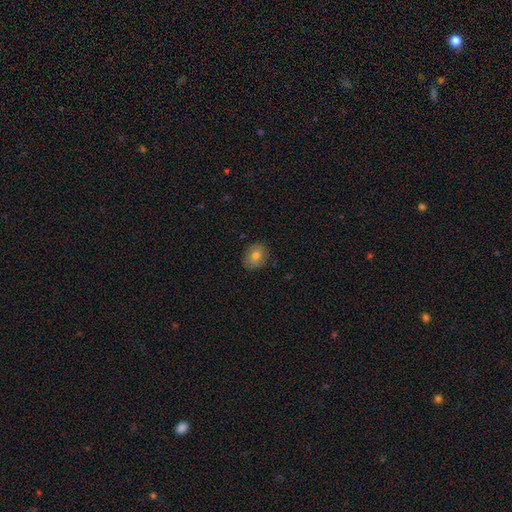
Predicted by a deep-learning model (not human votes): Overall: smooth (76%). How rounded: round (54%; in between 45%). Merging: none (85%).